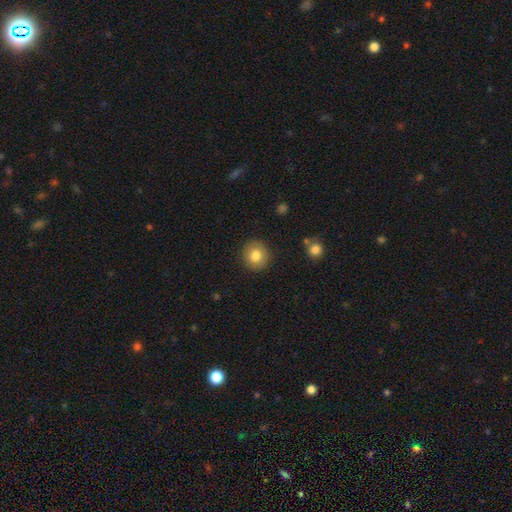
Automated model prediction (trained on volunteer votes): A smooth galaxy with no disk features (81%) that is round (88%). Merging: none (90%).